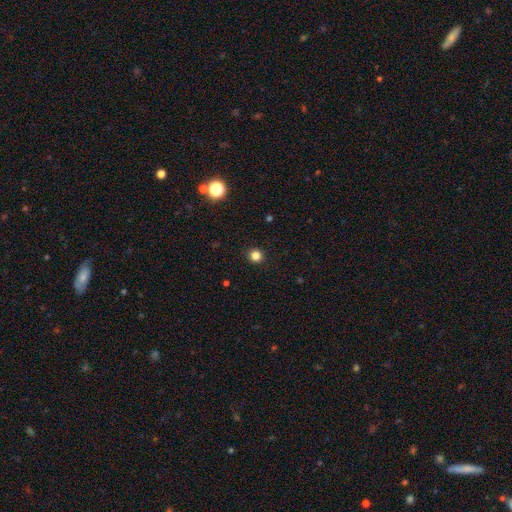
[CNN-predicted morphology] This appears to be a smooth galaxy with no disk features (83%) that is round (94%). Merging: none (93%).